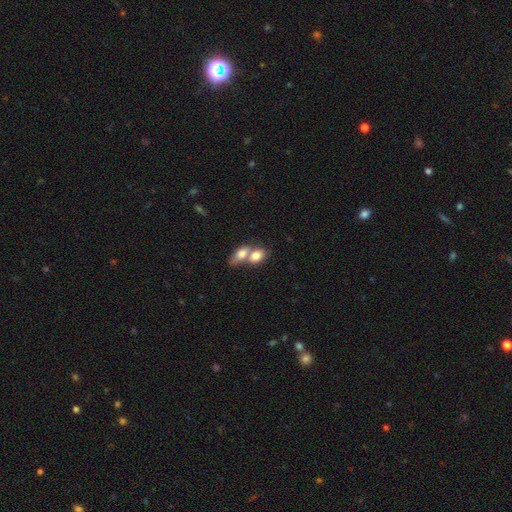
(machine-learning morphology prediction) Q: Smooth or featured?
A: smooth (78%); runner-up: featured or disk (15%)
Q: How rounded?
A: in between (77%); runner-up: round (20%)
Q: Merging?
A: merger (71%); runner-up: none (20%)